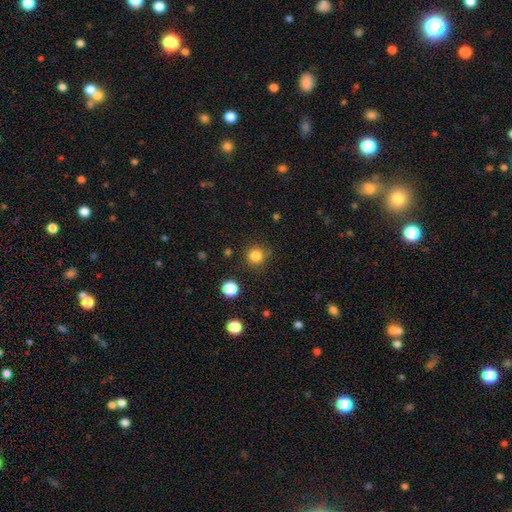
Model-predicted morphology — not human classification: This is clearly a smooth galaxy (83%). How rounded: clearly round (94%). Merging: clearly none (86%).